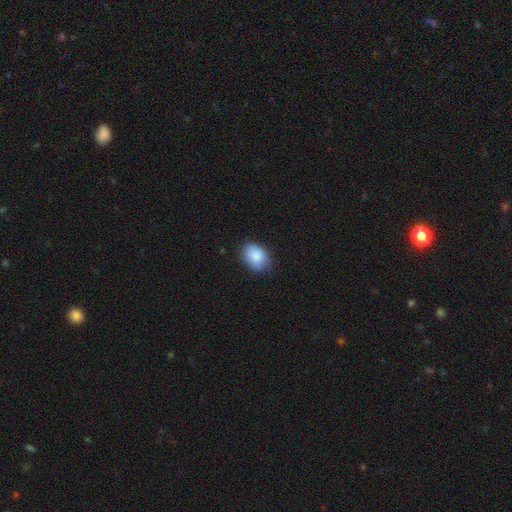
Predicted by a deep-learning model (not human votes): Smooth or featured? smooth (87%)
How rounded? in between (75%)
Merging? none (80%)